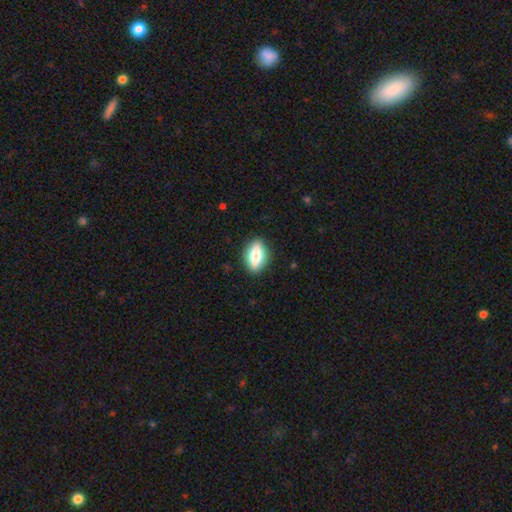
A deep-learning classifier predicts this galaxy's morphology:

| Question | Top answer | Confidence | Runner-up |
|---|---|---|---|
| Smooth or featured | smooth | 67% | featured or disk (26%) |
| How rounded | in between | 81% | cigar-shaped (10%) |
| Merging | none | 88% | minor disturbance (9%) |